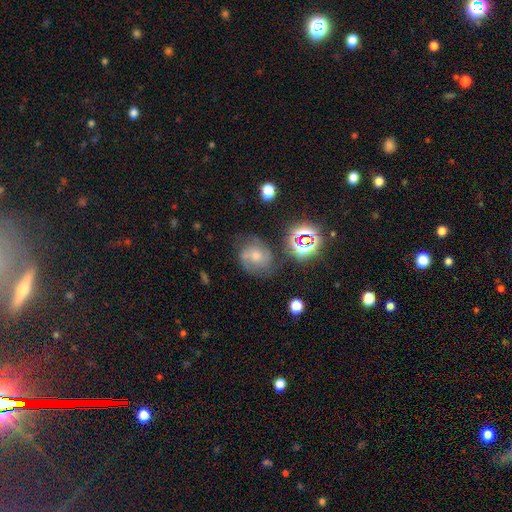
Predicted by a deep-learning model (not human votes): A featured or disk galaxy (58%) with no bar (69%), spiral arms (88%) and a moderate central bulge (54%). Merging: none (61%).